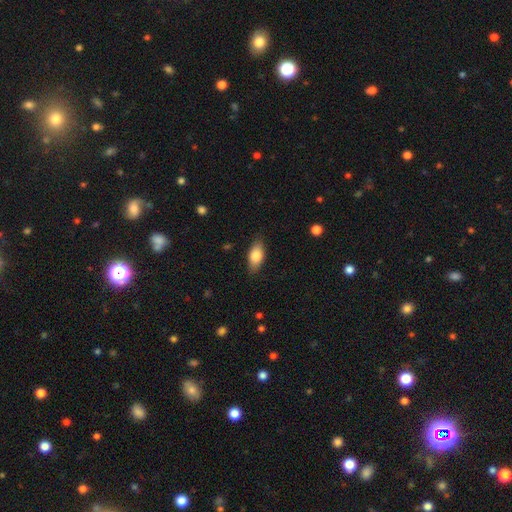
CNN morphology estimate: Q: Smooth or featured?
A: smooth (82%); runner-up: featured or disk (12%)
Q: How rounded?
A: in between (88%); runner-up: cigar-shaped (8%)
Q: Merging?
A: none (83%); runner-up: minor disturbance (13%)